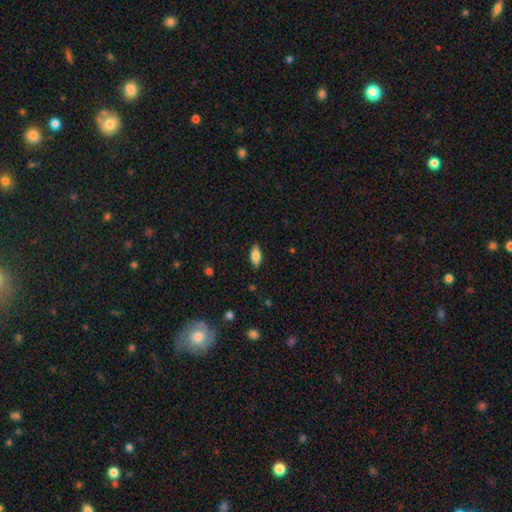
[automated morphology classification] Smooth or featured: smooth — 77% (featured or disk — 16%)
How rounded: in between — 80% (cigar-shaped — 17%)
Merging: none — 86% (minor disturbance — 10%)